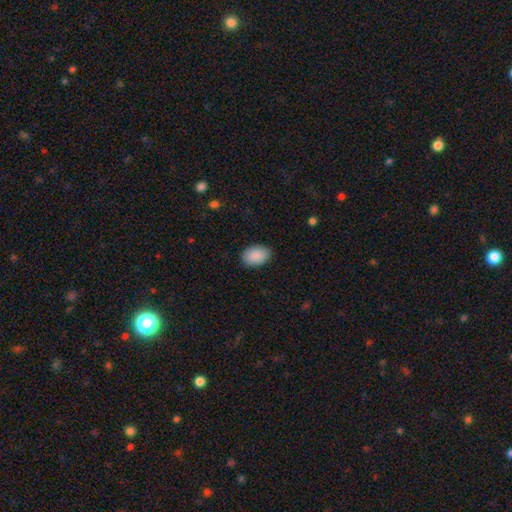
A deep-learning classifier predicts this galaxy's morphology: A smooth galaxy with no disk features (90%) that is in between round and cigar-shaped (85%).

Vote fractions:
- Smooth or featured? smooth: 90% / star or artifact: 6% / featured or disk: 3%
- How rounded? in between: 85% / round: 14% / cigar-shaped: 1%
- Merging? none: 88% / minor disturbance: 9% / major disturbance: 2% / merger: 1%